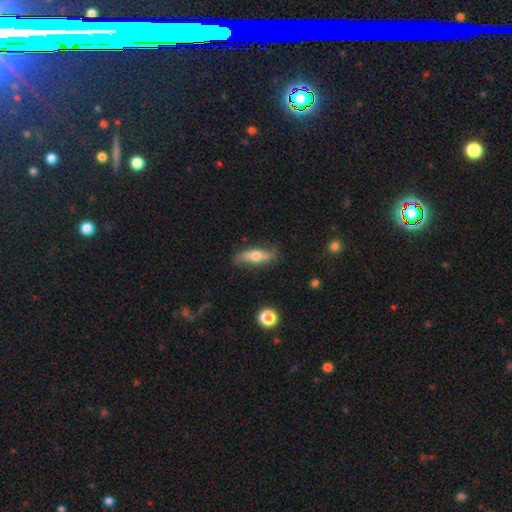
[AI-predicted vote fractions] smooth-or-featured: smooth: 49% | featured or disk: 44% | star or artifact: 7%
  merging: none: 74% | minor disturbance: 20% | major disturbance: 5% | merger: 2%